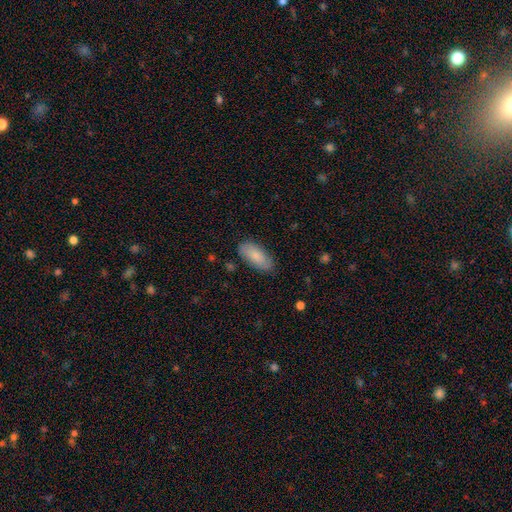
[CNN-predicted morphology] This appears to be a smooth galaxy with no disk features (81%) that is in between round and cigar-shaped (88%). Merging: none (83%).